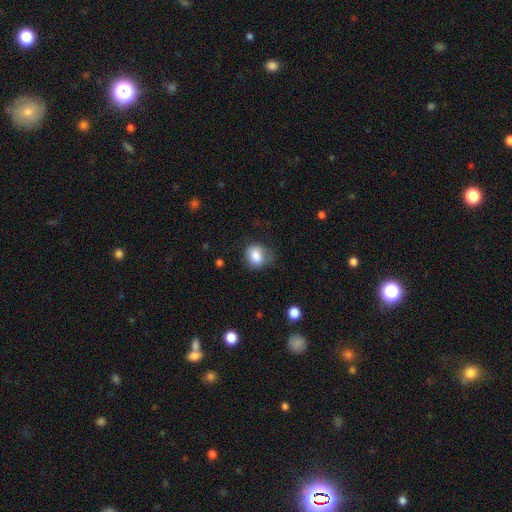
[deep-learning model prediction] Morphology: type=smooth (83%); roundness=round (61%); merging=none (62%).